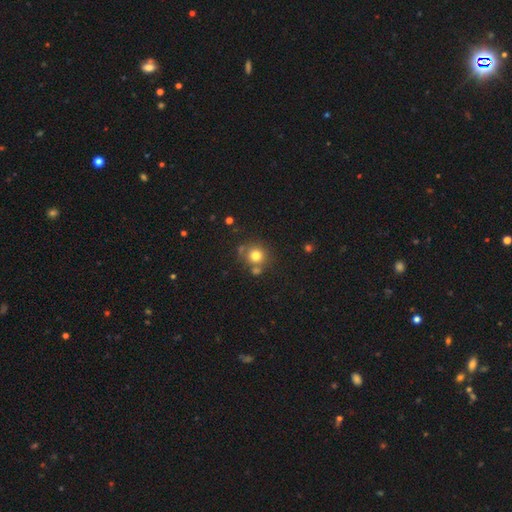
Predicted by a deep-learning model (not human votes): Smooth or featured: smooth — 77% (star or artifact — 13%)
How rounded: round — 90% (in between — 10%)
Merging: none — 66% (merger — 19%)